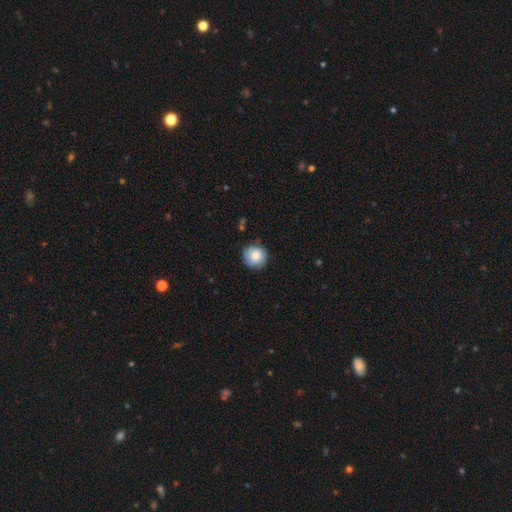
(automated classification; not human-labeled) This appears to be a smooth galaxy with no disk features (80%) that is round (91%). Merging: none (81%).